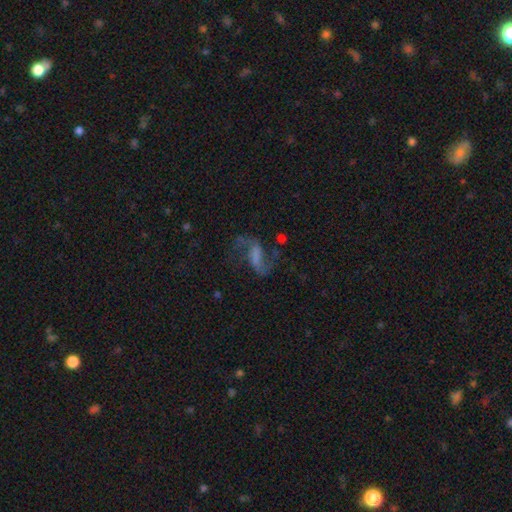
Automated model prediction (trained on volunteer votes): Q: Smooth or featured?
A: featured or disk (78%); runner-up: smooth (12%)
Q: Edge-on disk?
A: no (96%); runner-up: yes (4%)
Q: Bar?
A: weak (40%); runner-up: strong (39%)
Q: Spiral arms?
A: yes (94%); runner-up: no (6%)
Q: Spiral winding?
A: loose (69%); runner-up: medium (26%)
Q: Spiral arm count?
A: 2 (91%); runner-up: 1 (3%)
Q: Bulge size?
A: none (55%); runner-up: small (19%)
Q: Merging?
A: none (65%); runner-up: major disturbance (17%)